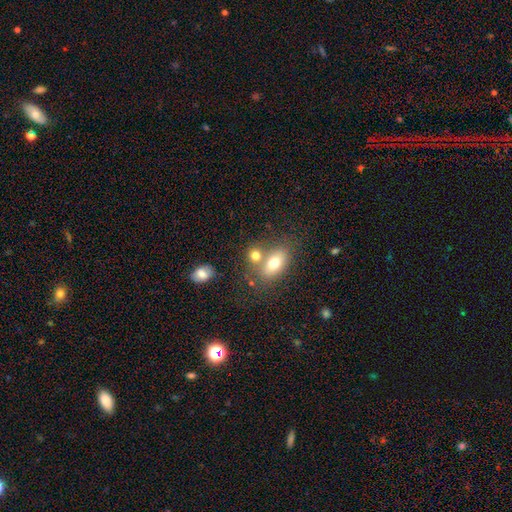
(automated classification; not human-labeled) smooth_or_featured: smooth (p=0.73) [alt: featured or disk p=0.17]
how_rounded: in between (p=0.63) [alt: round p=0.33]
merging: none (p=0.45) [alt: merger p=0.41]